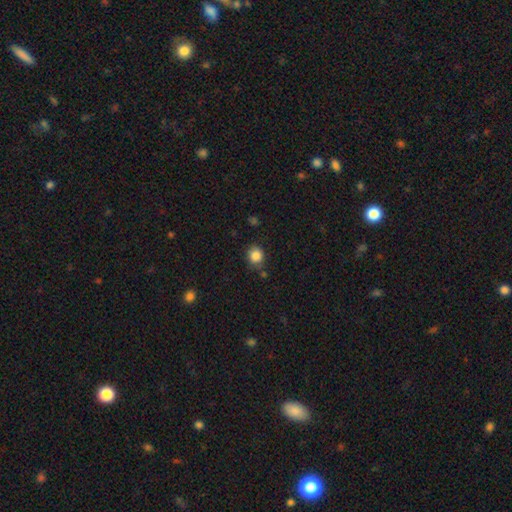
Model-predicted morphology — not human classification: smooth-or-featured: smooth: 85% | star or artifact: 10% | featured or disk: 5%
  how-rounded: round: 80% | in between: 19% | cigar-shaped: 1%
  merging: none: 77% | minor disturbance: 14% | merger: 5% | major disturbance: 4%